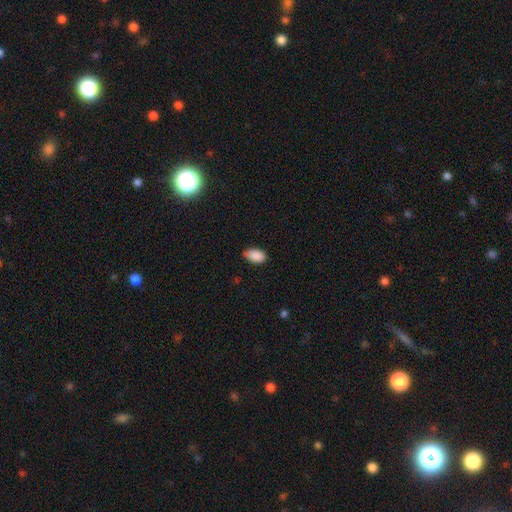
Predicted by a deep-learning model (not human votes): Smooth or featured? smooth (89%)
How rounded? in between (93%)
Merging? none (73%)